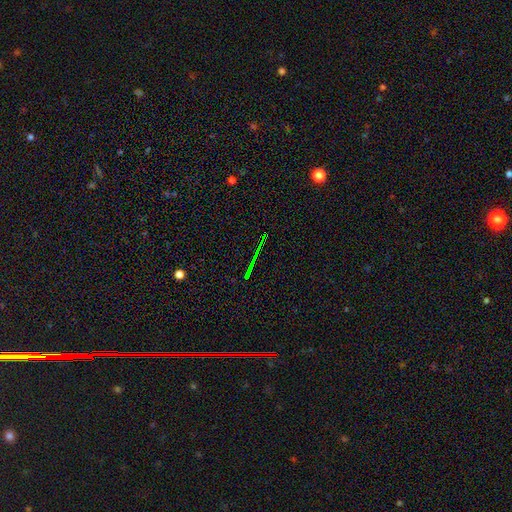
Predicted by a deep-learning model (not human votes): Overall: star or artifact (80%).